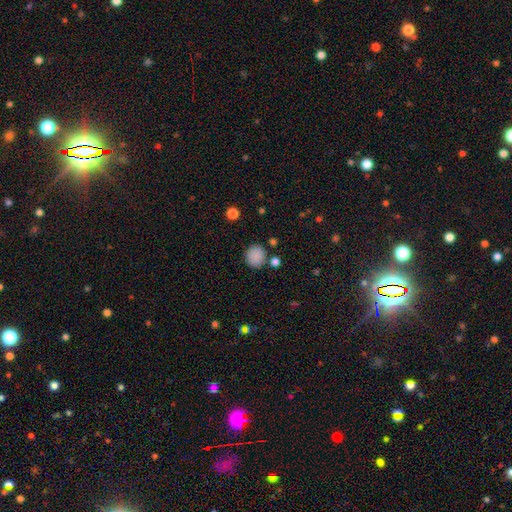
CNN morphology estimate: Overall: smooth (86%). How rounded: round (85%). Merging: none (81%).